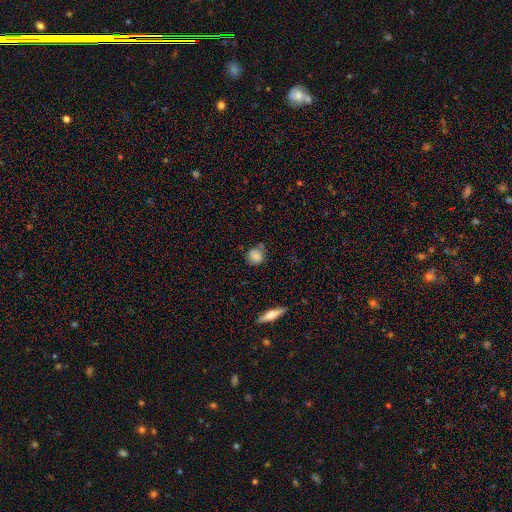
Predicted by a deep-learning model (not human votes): Q: Smooth or featured?
A: smooth (80%); runner-up: featured or disk (10%)
Q: How rounded?
A: round (77%); runner-up: in between (21%)
Q: Merging?
A: none (66%); runner-up: minor disturbance (24%)